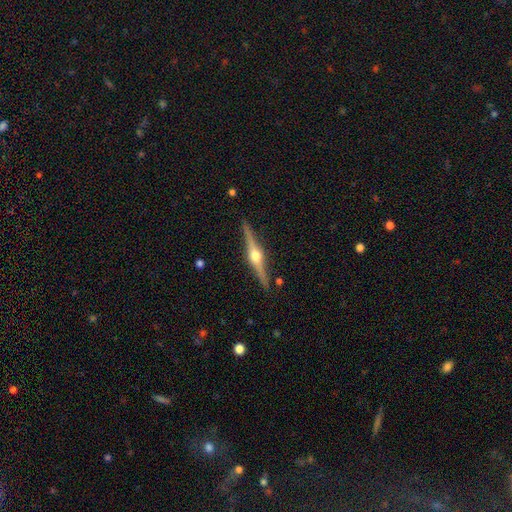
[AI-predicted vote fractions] featured or disk 85%, smooth 10%, star or artifact 5%. Down the decision tree: edge-on disk — yes (98%); edge-on bulge — rounded (96%); merging — none (90%).